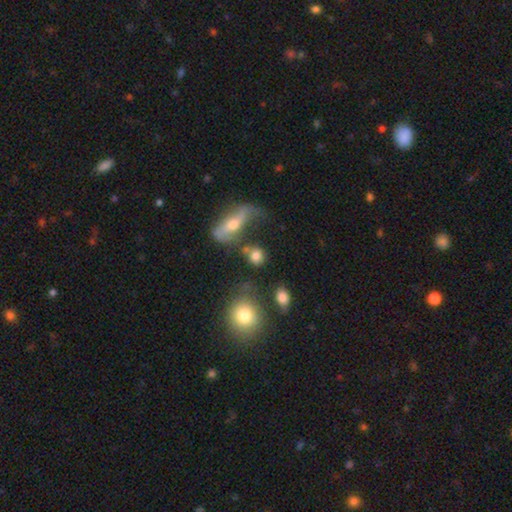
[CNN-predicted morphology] Smooth or featured?
  - smooth: 75% *
  - featured or disk: 14%
  - star or artifact: 10%
How rounded?
  - round: 67% *
  - in between: 30%
  - cigar-shaped: 3%
Merging?
  - none: 51% *
  - merger: 23%
  - minor disturbance: 16%
  - major disturbance: 11%